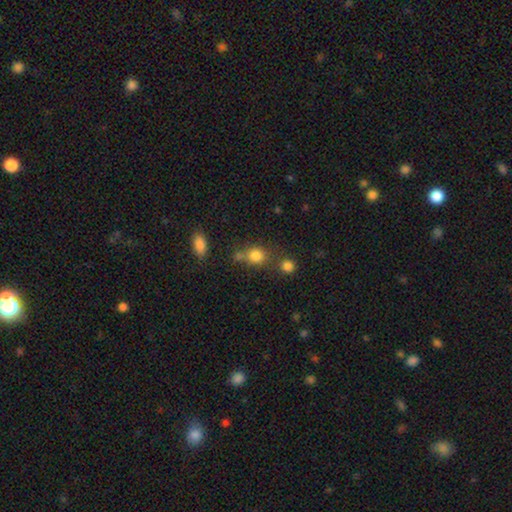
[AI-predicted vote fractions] This is clearly a smooth galaxy (80%). How rounded: likely round (74%). Merging: possibly none (56%).